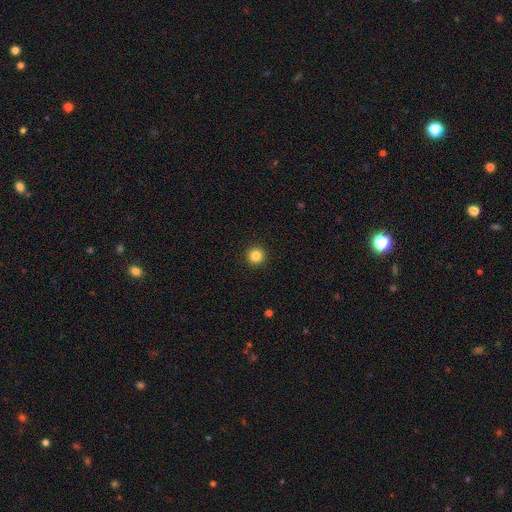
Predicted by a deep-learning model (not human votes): A smooth galaxy with no disk features (85%) that is round (96%).

Vote fractions:
- Smooth or featured? smooth: 85% / star or artifact: 11% / featured or disk: 4%
- How rounded? round: 96% / in between: 3% / cigar-shaped: 1%
- Merging? none: 93% / minor disturbance: 4% / major disturbance: 2% / merger: 1%